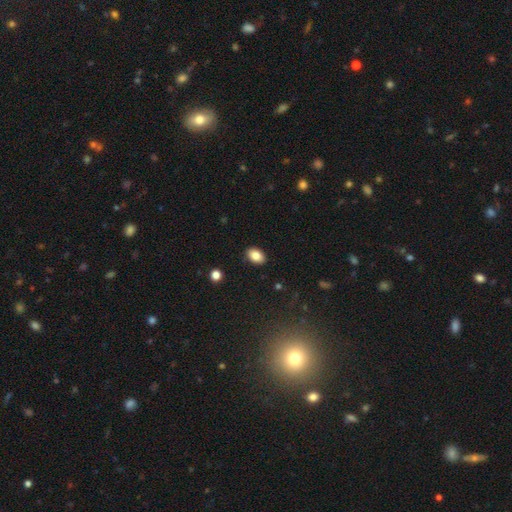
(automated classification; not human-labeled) smooth_or_featured: smooth (p=0.84) [alt: star or artifact p=0.08]
how_rounded: in between (p=0.87) [alt: round p=0.12]
merging: none (p=0.88) [alt: minor disturbance p=0.09]